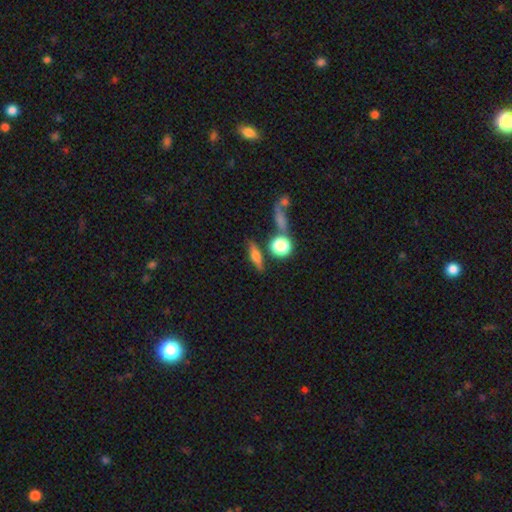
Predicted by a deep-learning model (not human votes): This is possibly a smooth galaxy (52%). How rounded: possibly cigar-shaped (46%). Merging: likely none (73%).